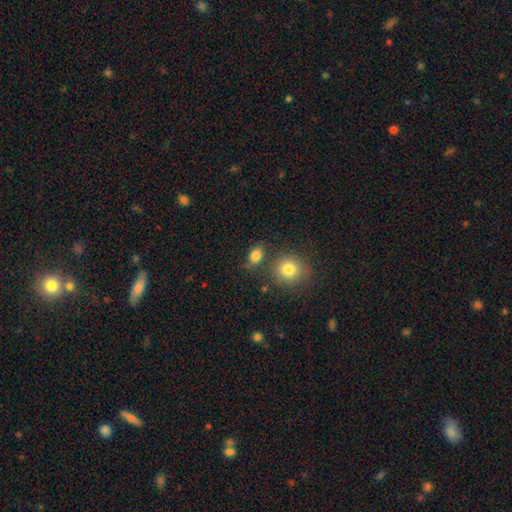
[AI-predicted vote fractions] smooth_or_featured: smooth (p=0.83) [alt: star or artifact p=0.11]
how_rounded: in between (p=0.72) [alt: round p=0.26]
merging: none (p=0.71) [alt: minor disturbance p=0.15]